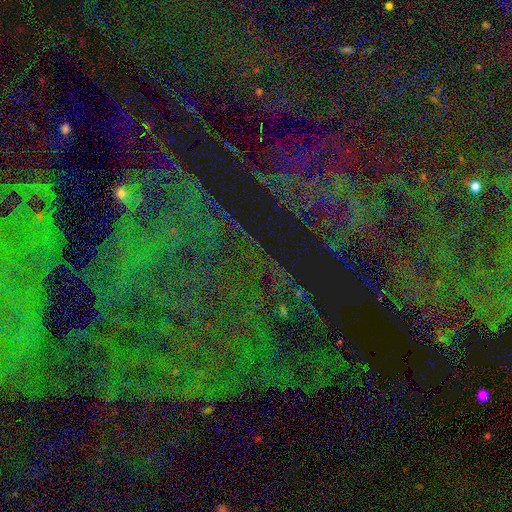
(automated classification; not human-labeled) This is likely a star or artifact rather than a galaxy (80%).